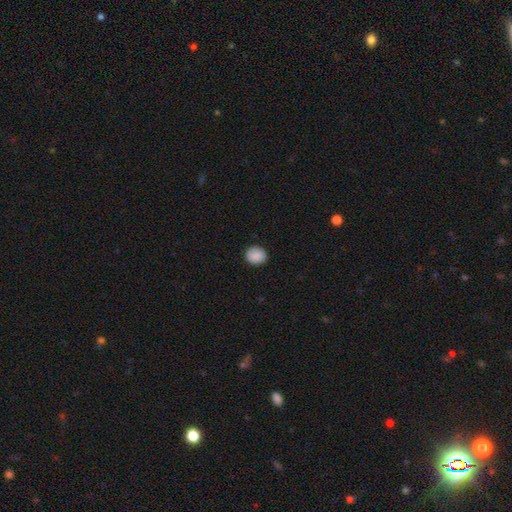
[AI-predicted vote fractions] smooth_or_featured: smooth (p=0.89) [alt: star or artifact p=0.08]
how_rounded: round (p=0.72) [alt: in between p=0.27]
merging: none (p=0.89) [alt: minor disturbance p=0.08]